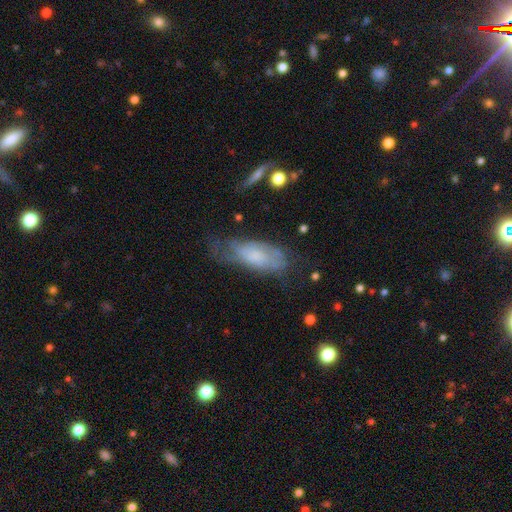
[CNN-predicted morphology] smooth-or-featured: smooth: 47% | featured or disk: 45% | star or artifact: 8%
  merging: none: 47% | minor disturbance: 32% | major disturbance: 18% | merger: 3%